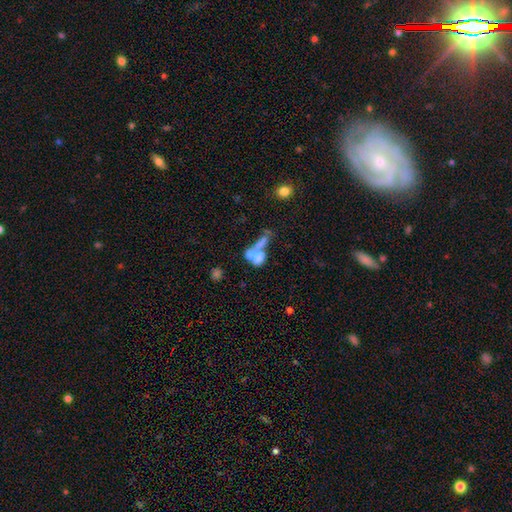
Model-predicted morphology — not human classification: Overall: smooth (48%; featured or disk 38%). Merging: merger (61%).